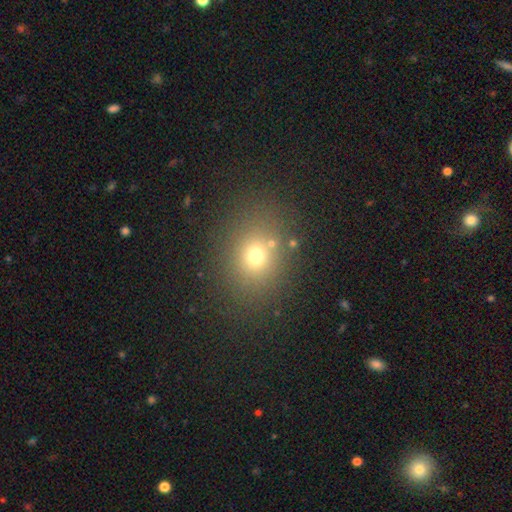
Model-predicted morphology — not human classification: The model was most divided on "how rounded": round: 62%, in between: 36%, cigar-shaped: 1%. More confident: merging — none (81%); smooth or featured — smooth (68%).